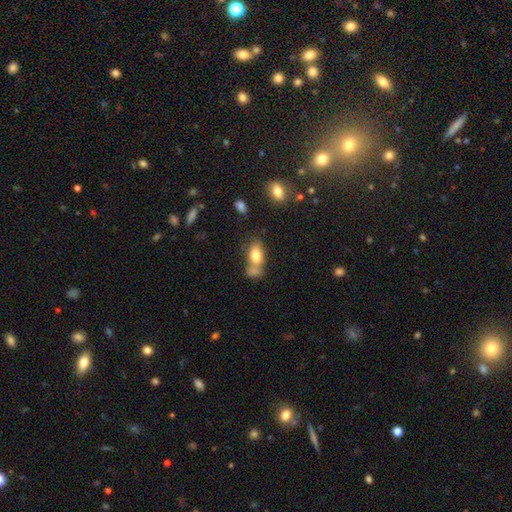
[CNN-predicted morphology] Smooth or featured?
  - smooth: 77% *
  - featured or disk: 14%
  - star or artifact: 8%
How rounded?
  - in between: 87% *
  - round: 9%
  - cigar-shaped: 4%
Merging?
  - none: 41% *
  - merger: 37%
  - minor disturbance: 15%
  - major disturbance: 7%